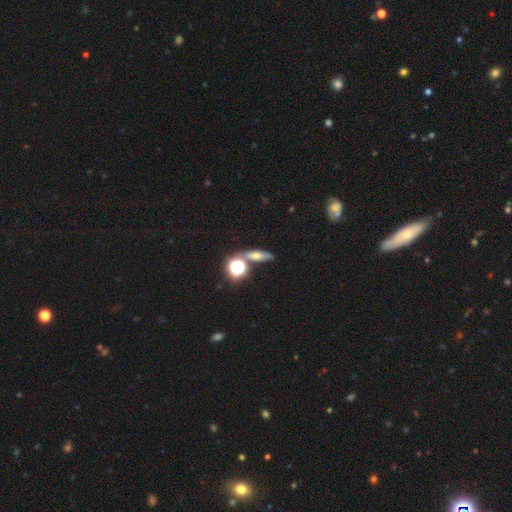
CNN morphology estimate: smooth_or_featured: smooth (p=0.47) [alt: featured or disk p=0.28]
merging: none (p=0.70) [alt: merger p=0.13]